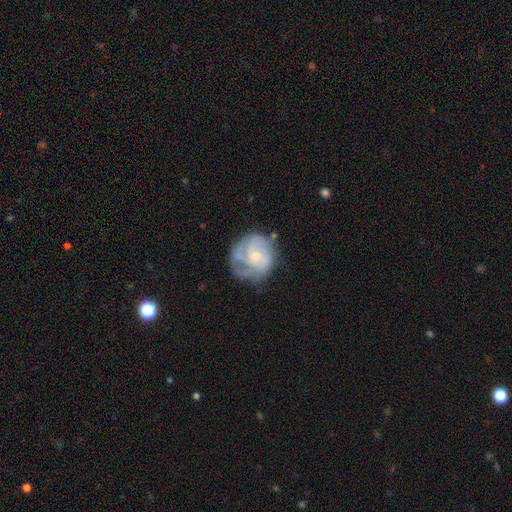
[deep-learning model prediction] smooth-or-featured: featured or disk: 70% | smooth: 23% | star or artifact: 7%
  disk-edge-on: no: 98% | yes: 2%
    bar: no: 74% | weak: 23% | strong: 3%
    has-spiral-arms: yes: 82% | no: 18%
      spiral-winding: tight: 48% | medium: 37% | loose: 15%
      spiral-arm-count: can't tell: 36% | 3: 26% | 2: 16% | 4: 11% | 1: 5% | more than 4: 5%
    bulge-size: small: 64% | moderate: 27% | none: 6% | large: 2% | dominant: 1%
  merging: none: 56% | minor disturbance: 25% | major disturbance: 17% | merger: 3%